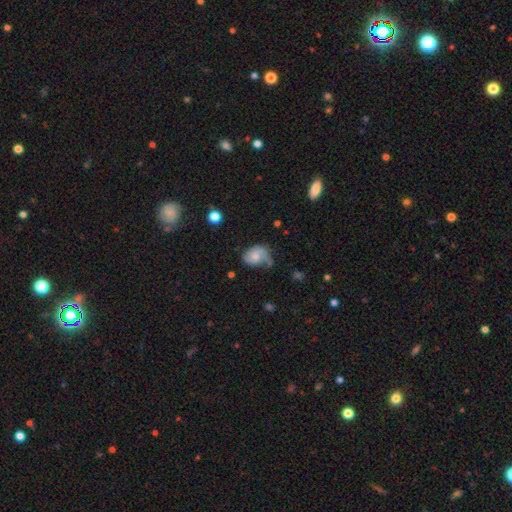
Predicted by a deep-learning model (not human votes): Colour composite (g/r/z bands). It shows a smooth galaxy with no disk features (46%). Merging: none (35%).